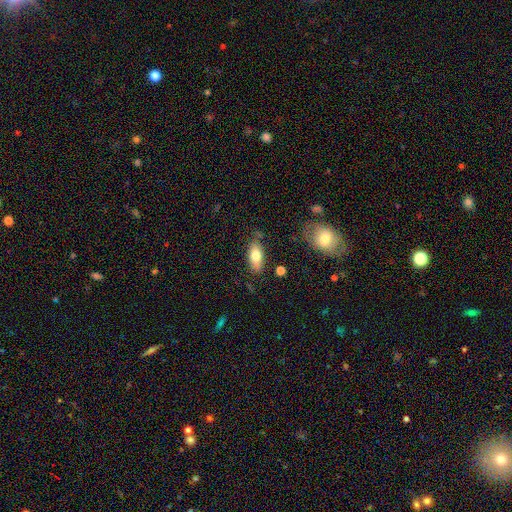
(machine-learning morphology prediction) Smooth or featured?
  - smooth: 75% *
  - featured or disk: 19%
  - star or artifact: 7%
How rounded?
  - in between: 82% *
  - cigar-shaped: 15%
  - round: 3%
Merging?
  - none: 76% *
  - minor disturbance: 17%
  - major disturbance: 4%
  - merger: 4%